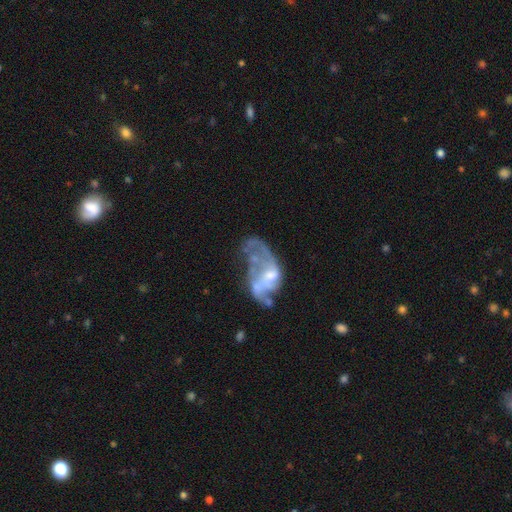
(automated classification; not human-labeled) Overall: featured or disk (73%). Edge-on disk: no (97%). Bar: no (65%; weak 28%). Spiral arms: yes (52%; no 48%). Bulge size: moderate (36%, tied with small). Merging: major disturbance (40%; none 26%).